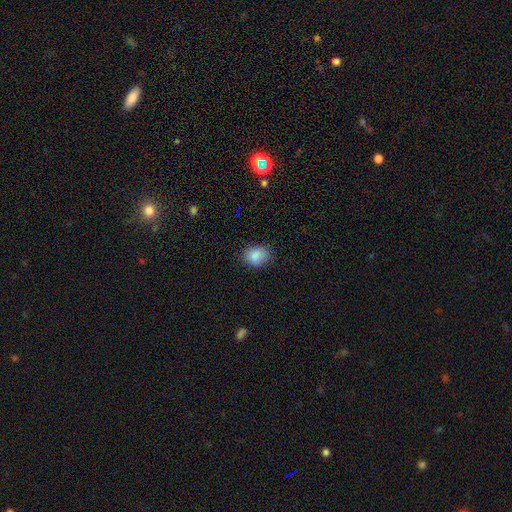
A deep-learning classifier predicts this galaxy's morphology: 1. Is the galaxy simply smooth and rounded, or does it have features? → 88% smooth, 8% star or artifact, 4% featured or disk.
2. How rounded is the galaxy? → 60% in between, 39% round, 1% cigar-shaped.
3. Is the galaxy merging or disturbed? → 79% none, 16% minor disturbance, 4% major disturbance, 1% merger.